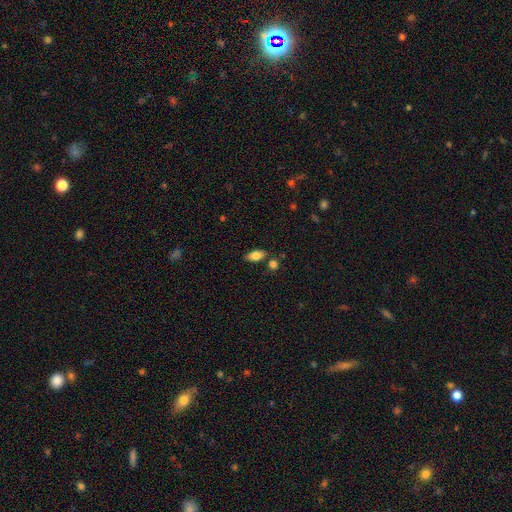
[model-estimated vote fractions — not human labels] Smooth or featured? smooth (79%)
How rounded? in between (91%)
Merging? none (78%)